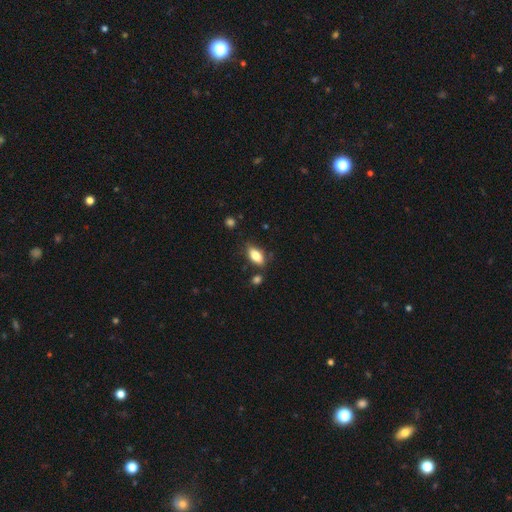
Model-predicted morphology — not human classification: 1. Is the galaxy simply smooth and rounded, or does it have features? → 82% smooth, 11% featured or disk, 7% star or artifact.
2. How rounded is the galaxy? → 89% in between, 7% cigar-shaped, 4% round.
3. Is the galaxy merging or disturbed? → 77% none, 15% minor disturbance, 5% merger, 3% major disturbance.